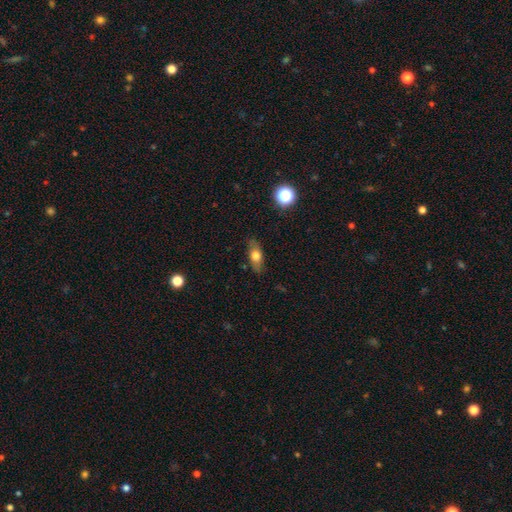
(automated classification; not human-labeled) Smooth or featured? Predicted: smooth (p=0.64). How rounded? Predicted: in between (p=0.72). Merging? Predicted: none (p=0.81).